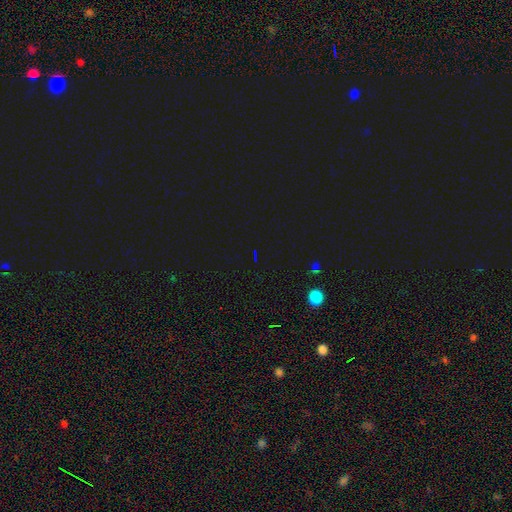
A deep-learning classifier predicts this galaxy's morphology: A star or artifact, not a galaxy (77%).

Vote fractions:
- Smooth or featured? star or artifact: 77% / smooth: 16% / featured or disk: 7%